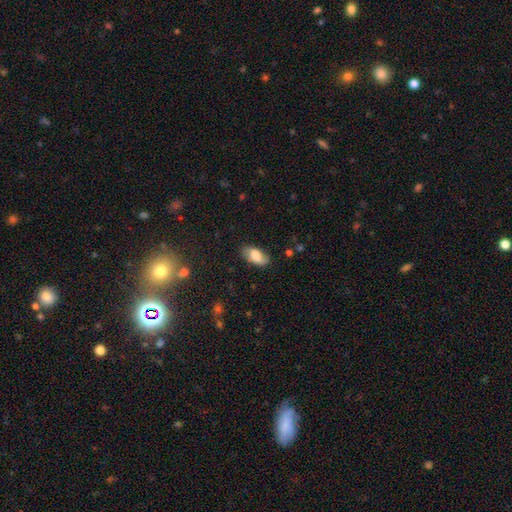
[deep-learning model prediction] Smooth or featured?
  - smooth: 76% *
  - featured or disk: 17%
  - star or artifact: 7%
How rounded?
  - in between: 93% *
  - cigar-shaped: 4%
  - round: 3%
Merging?
  - none: 79% *
  - minor disturbance: 16%
  - major disturbance: 3%
  - merger: 1%